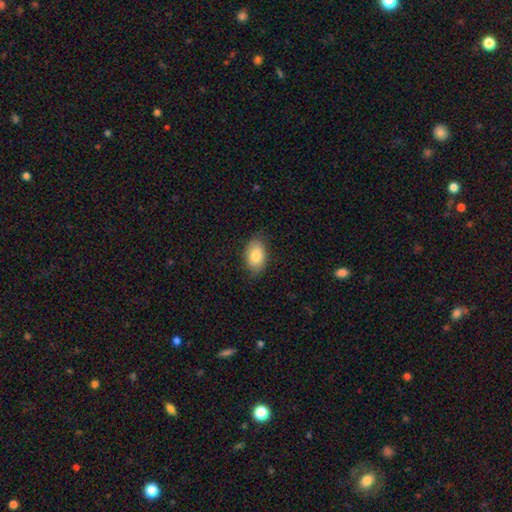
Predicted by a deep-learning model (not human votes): A smooth galaxy with no disk features (80%) that is in between round and cigar-shaped (89%).

Vote fractions:
- Smooth or featured? smooth: 80% / featured or disk: 13% / star or artifact: 7%
- How rounded? in between: 89% / round: 9% / cigar-shaped: 1%
- Merging? none: 79% / minor disturbance: 17% / major disturbance: 3% / merger: 1%